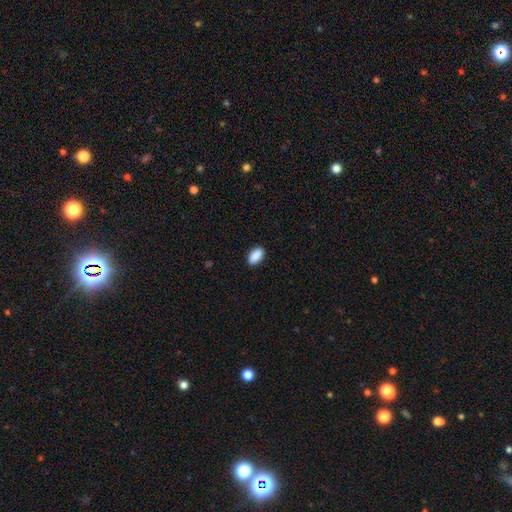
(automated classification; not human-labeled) This appears to be a smooth galaxy with no disk features (90%) that is in between round and cigar-shaped (92%). Merging: none (88%).